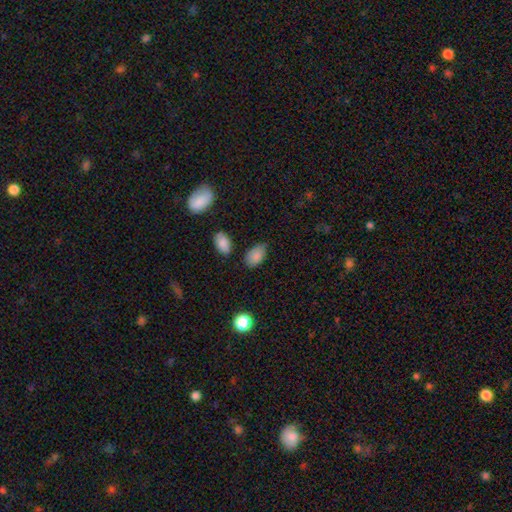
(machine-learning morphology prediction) Smooth or featured?
  - smooth: 86% *
  - star or artifact: 8%
  - featured or disk: 6%
How rounded?
  - in between: 92% *
  - round: 6%
  - cigar-shaped: 1%
Merging?
  - none: 70% *
  - minor disturbance: 22%
  - major disturbance: 4%
  - merger: 3%